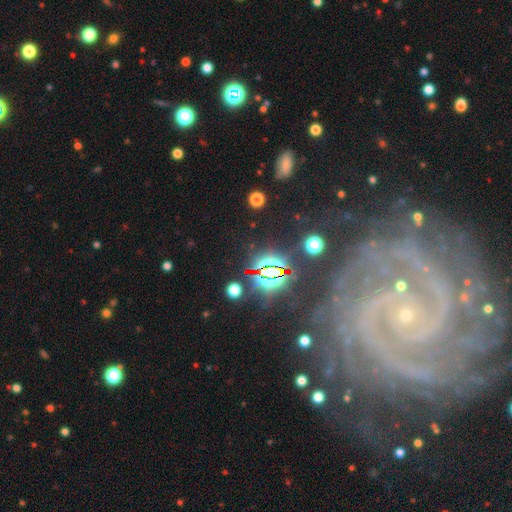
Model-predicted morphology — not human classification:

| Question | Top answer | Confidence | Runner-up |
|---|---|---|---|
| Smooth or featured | featured or disk | 73% | star or artifact (17%) |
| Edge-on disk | no | 96% | yes (4%) |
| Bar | no | 60% | weak (23%) |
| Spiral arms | yes | 92% | no (8%) |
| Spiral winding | tight | 74% | medium (20%) |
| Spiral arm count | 2 | 30% | can't tell (21%) |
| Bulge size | small | 80% | moderate (11%) |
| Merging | none | 76% | minor disturbance (14%) |